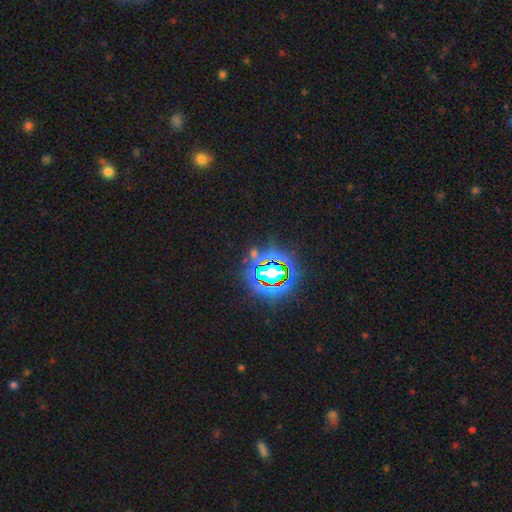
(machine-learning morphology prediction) smooth_or_featured: star or artifact (p=0.77) [alt: smooth p=0.14]